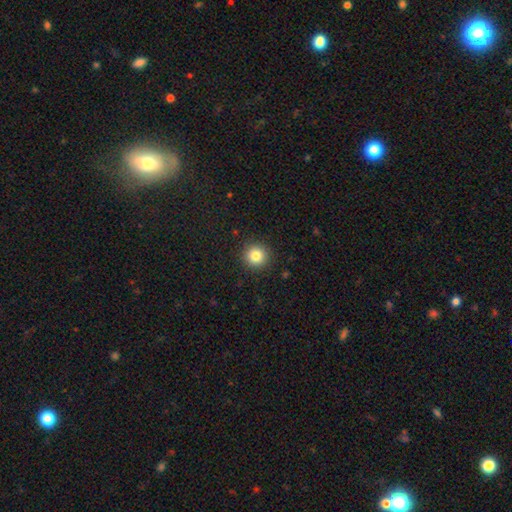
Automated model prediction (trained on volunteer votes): A smooth galaxy with no disk features (82%) that is round (95%).

Vote fractions:
- Smooth or featured? smooth: 82% / star or artifact: 11% / featured or disk: 6%
- How rounded? round: 95% / in between: 4% / cigar-shaped: 1%
- Merging? none: 92% / minor disturbance: 5% / major disturbance: 2% / merger: 1%